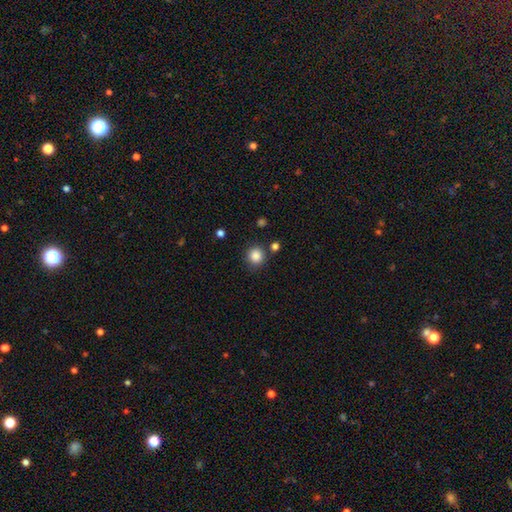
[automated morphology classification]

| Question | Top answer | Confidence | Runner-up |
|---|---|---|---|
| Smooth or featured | smooth | 86% | star or artifact (10%) |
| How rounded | round | 90% | in between (9%) |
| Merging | none | 83% | minor disturbance (9%) |